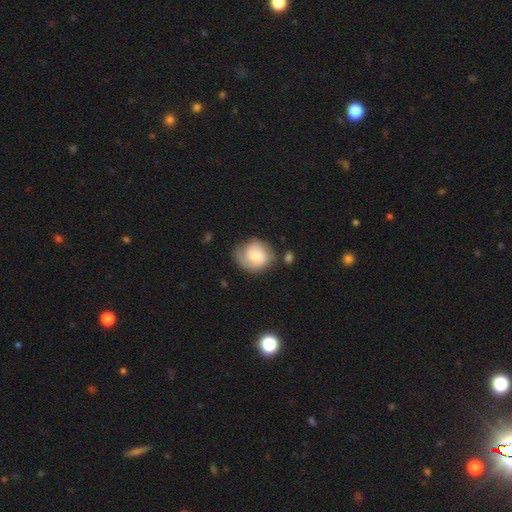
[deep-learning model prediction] smooth_or_featured: featured or disk (p=0.51) [alt: smooth p=0.42]
disk_edge_on: no (p=0.97) [alt: yes p=0.03]
merging: none (p=0.64) [alt: minor disturbance p=0.23]